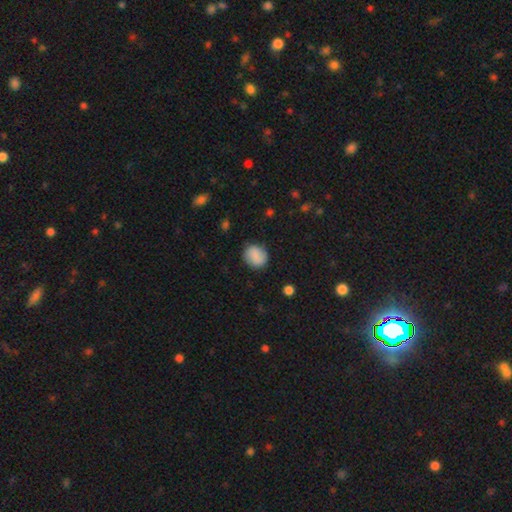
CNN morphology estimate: Smooth or featured?
  - smooth: 82% *
  - featured or disk: 10%
  - star or artifact: 8%
How rounded?
  - round: 67% *
  - in between: 32%
  - cigar-shaped: 1%
Merging?
  - none: 79% *
  - minor disturbance: 16%
  - major disturbance: 4%
  - merger: 1%